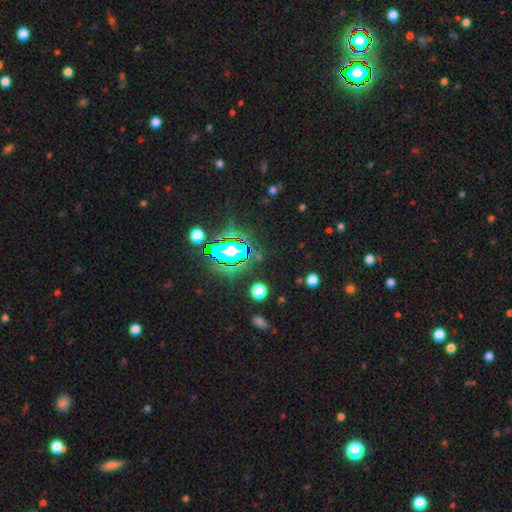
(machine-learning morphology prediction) star or artifact 73%, smooth 17%, featured or disk 10%.